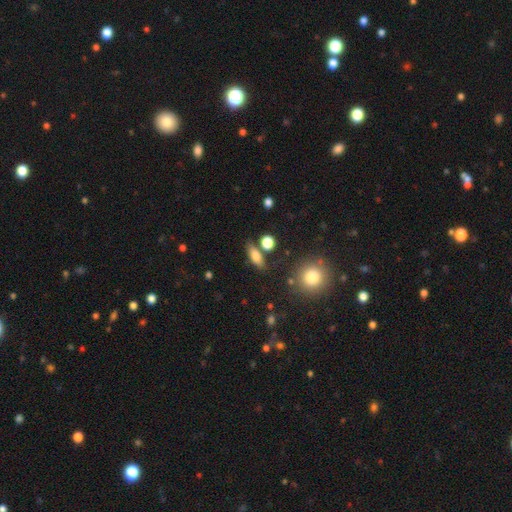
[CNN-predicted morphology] Smooth or featured: smooth — 76% (featured or disk — 14%)
How rounded: in between — 61% (cigar-shaped — 29%)
Merging: none — 74% (minor disturbance — 13%)